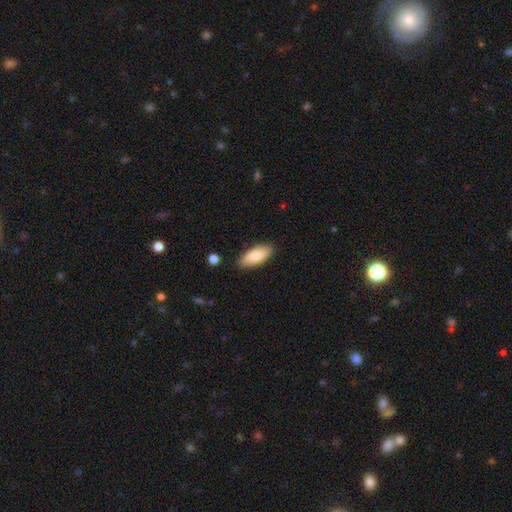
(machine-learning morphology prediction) Smooth or featured? Predicted: smooth (p=0.82). How rounded? Predicted: in between (p=0.85). Merging? Predicted: none (p=0.87).